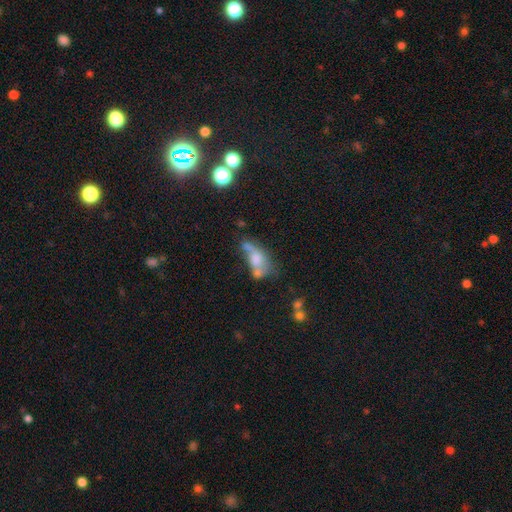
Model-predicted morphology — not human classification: type=smooth (42%); merging=merger (32%).